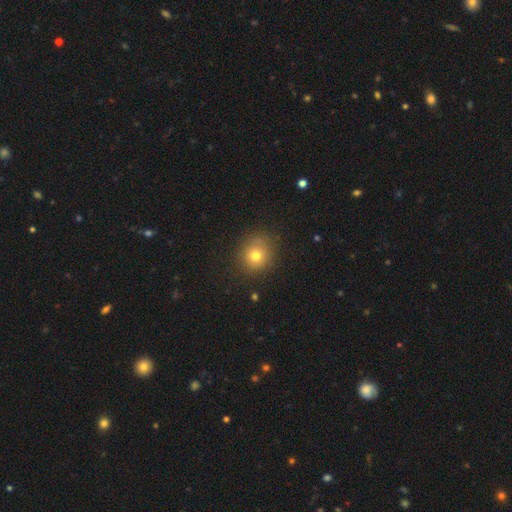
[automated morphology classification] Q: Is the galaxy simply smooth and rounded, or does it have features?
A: smooth — 74%.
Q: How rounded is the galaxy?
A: round — 85%.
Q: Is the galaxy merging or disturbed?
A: none — 81%.